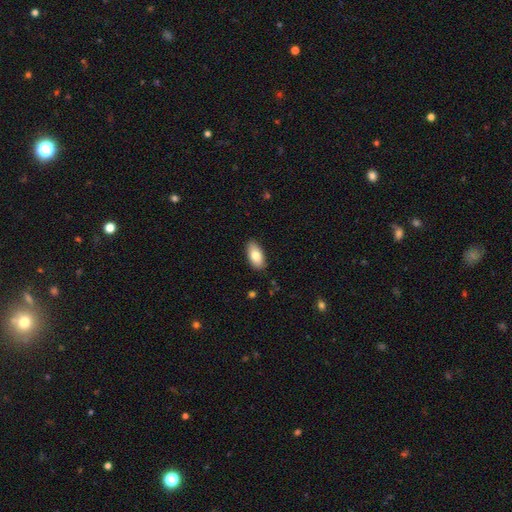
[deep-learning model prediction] Smooth or featured? smooth (80%)
How rounded? in between (92%)
Merging? none (88%)